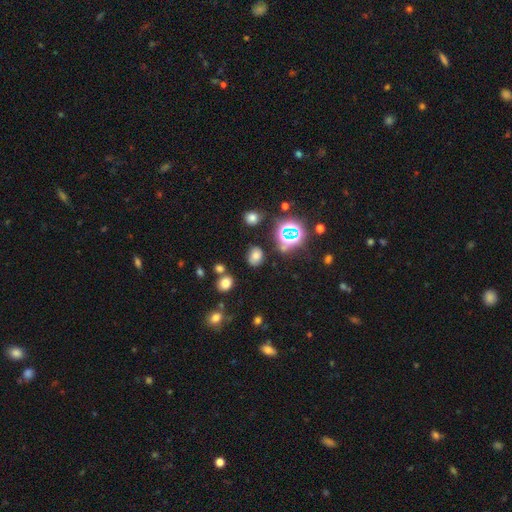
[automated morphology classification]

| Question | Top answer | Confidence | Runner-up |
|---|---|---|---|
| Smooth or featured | smooth | 66% | star or artifact (26%) |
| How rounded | in between | 58% | round (40%) |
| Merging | none | 79% | minor disturbance (13%) |